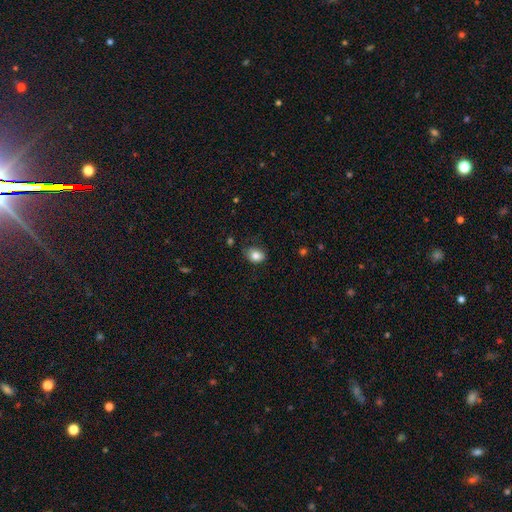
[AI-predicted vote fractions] Smooth or featured? smooth (83%)
How rounded? in between (65%)
Merging? none (70%)